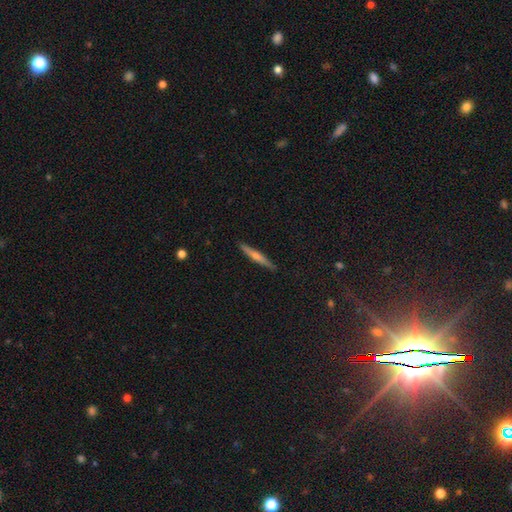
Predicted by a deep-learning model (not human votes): A featured or disk galaxy (63%) viewed edge-on (97%) with a rounded central bulge (77%).

Vote fractions:
- Smooth or featured? featured or disk: 63% / smooth: 29% / star or artifact: 8%
- Edge-on disk? yes: 97% / no: 3%
- Edge-on bulge? rounded: 77% / none: 18% / boxy: 5%
- Merging? none: 91% / minor disturbance: 7% / major disturbance: 1% / merger: 1%